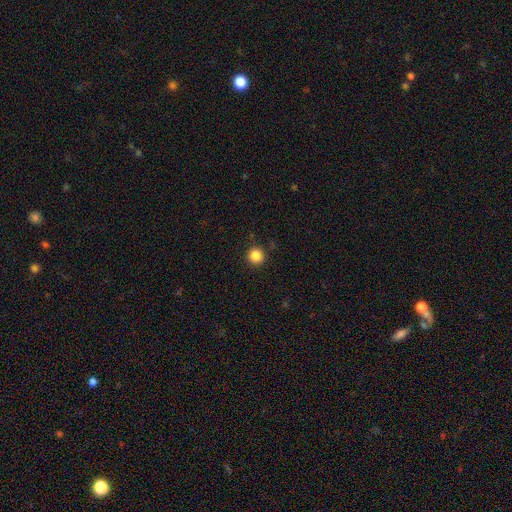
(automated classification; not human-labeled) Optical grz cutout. It shows a smooth galaxy with no disk features (86%) that is round (95%). Merging: none (91%).